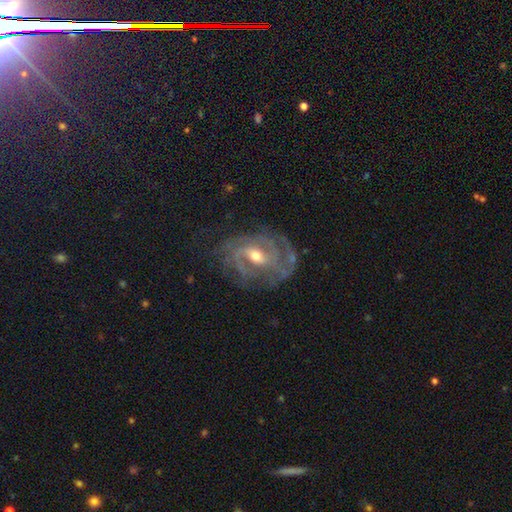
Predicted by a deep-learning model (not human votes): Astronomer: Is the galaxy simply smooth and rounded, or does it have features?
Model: featured or disk — 85%.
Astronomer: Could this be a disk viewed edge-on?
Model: no — 96%.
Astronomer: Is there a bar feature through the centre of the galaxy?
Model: weak — 47% (runner-up: no, 28%).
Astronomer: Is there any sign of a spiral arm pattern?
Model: yes — 91%.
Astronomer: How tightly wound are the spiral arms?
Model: tight — 44% (runner-up: medium, 40%).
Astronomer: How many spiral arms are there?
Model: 2 — 41% (runner-up: can't tell, 25%).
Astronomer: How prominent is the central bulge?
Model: moderate — 63%.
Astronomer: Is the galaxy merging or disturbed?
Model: none — 58%.